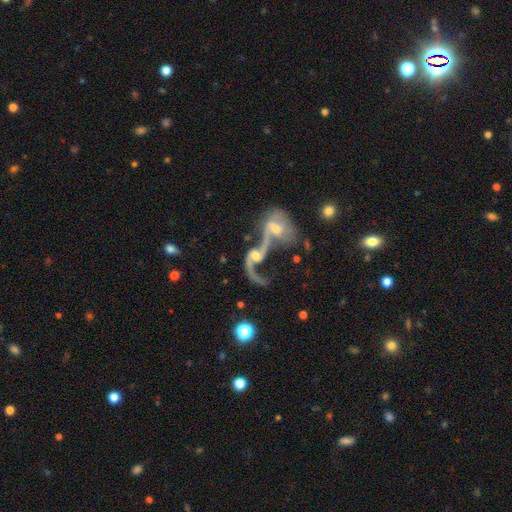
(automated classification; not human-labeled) Smooth or featured? Predicted: featured or disk (p=0.82). Edge-on disk? Predicted: no (p=0.95). Bar? Predicted: no (p=0.50). Spiral arms? Predicted: yes (p=0.89). Spiral winding? Predicted: loose (p=0.86). Spiral arm count? Predicted: 2 (p=0.75). Bulge size? Predicted: moderate (p=0.50). Merging? Predicted: merger (p=0.66).